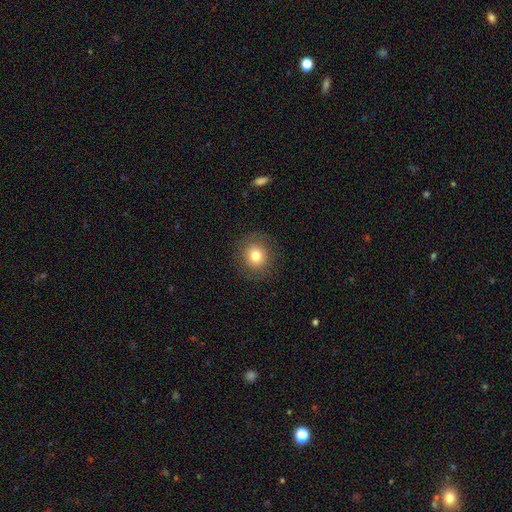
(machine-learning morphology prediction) Smooth or featured? Predicted: smooth (p=0.74). How rounded? Predicted: round (p=0.91). Merging? Predicted: none (p=0.86).